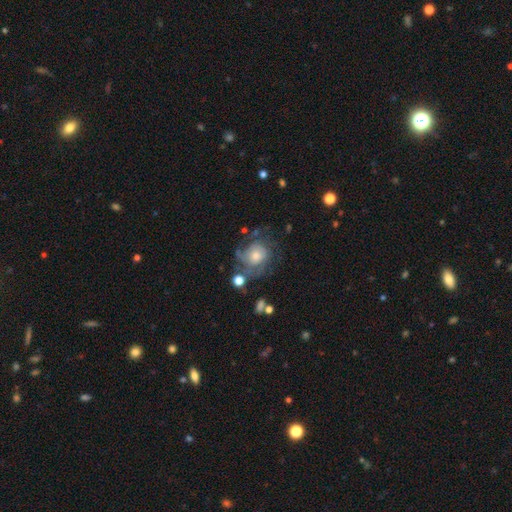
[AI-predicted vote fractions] Smooth or featured? featured or disk (67%)
Edge-on disk? no (97%)
Bar? no (79%)
Spiral arms? yes (83%)
Spiral winding? tight (53%)
Spiral arm count? can't tell (45%)
Bulge size? moderate (55%)
Merging? none (58%)